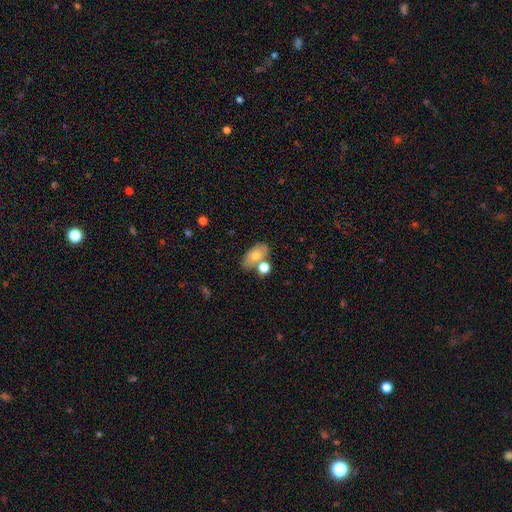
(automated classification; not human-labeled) This appears to be a smooth galaxy with no disk features (71%) that is in between round and cigar-shaped (87%). Merging: none (58%).